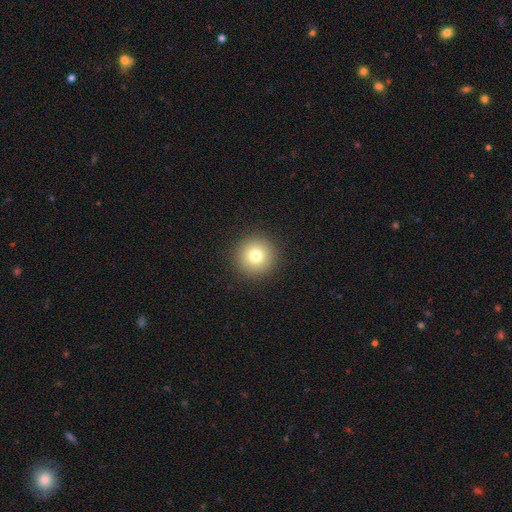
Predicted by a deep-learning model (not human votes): Smooth or featured? smooth (78%)
How rounded? round (95%)
Merging? none (92%)